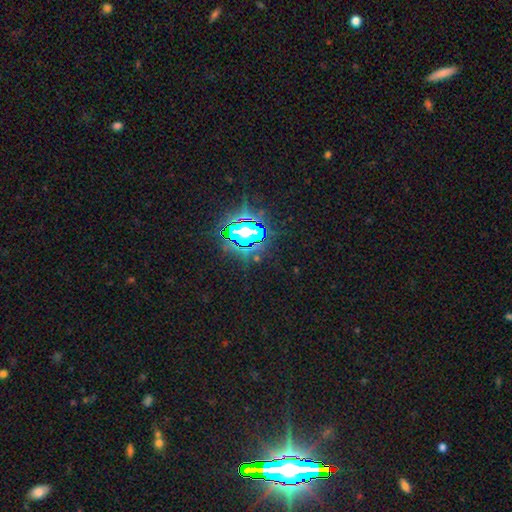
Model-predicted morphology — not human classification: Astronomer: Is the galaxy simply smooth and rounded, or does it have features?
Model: star or artifact — 74%.